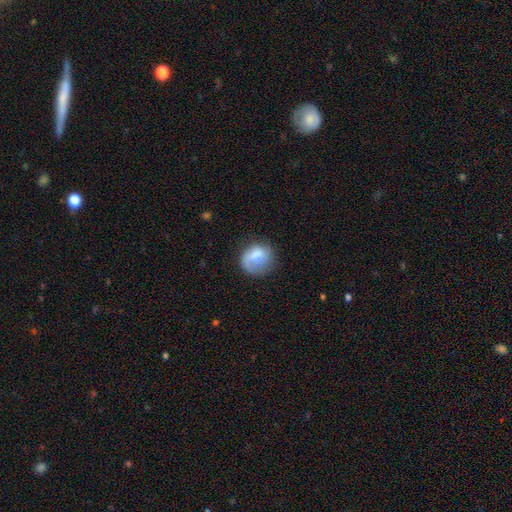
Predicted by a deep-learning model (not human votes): Smooth or featured: smooth — 63% (featured or disk — 30%)
How rounded: round — 76% (in between — 23%)
Merging: none — 54% (minor disturbance — 24%)